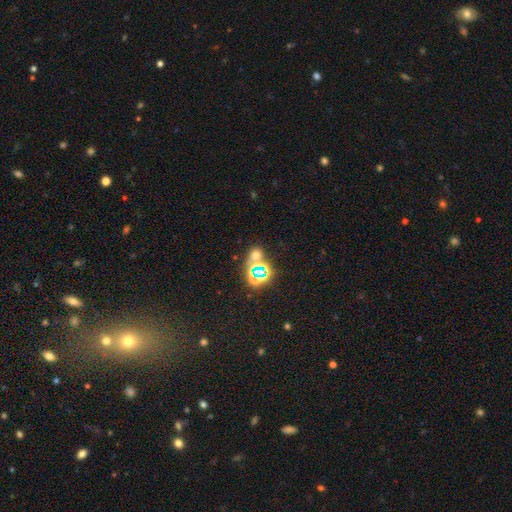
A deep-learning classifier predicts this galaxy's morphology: A star or artifact, not a galaxy (48%).